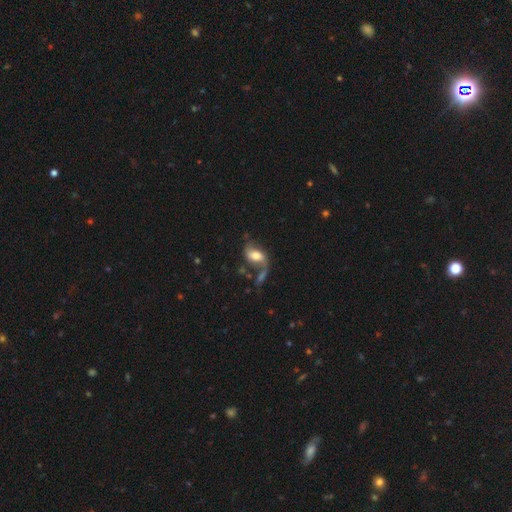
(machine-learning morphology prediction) featured or disk 58%, smooth 34%, star or artifact 8%. Down the decision tree: edge-on disk — no (95%); bar — no (43%); spiral arms — yes (82%); bulge size — moderate (55%); merging — none (40%).